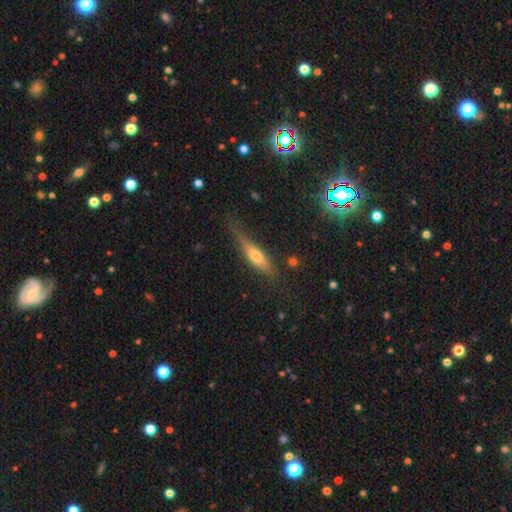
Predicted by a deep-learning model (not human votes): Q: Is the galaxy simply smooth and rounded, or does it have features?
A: smooth — 50%.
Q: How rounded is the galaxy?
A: cigar-shaped — 68%.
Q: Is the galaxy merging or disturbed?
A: none — 62%.